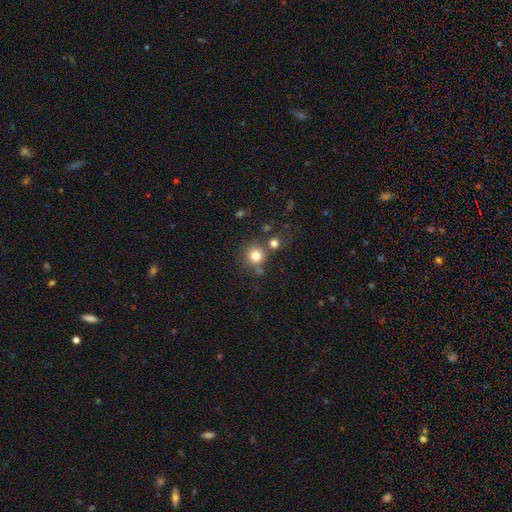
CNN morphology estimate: This appears to be a smooth galaxy with no disk features (80%) that is round (93%). Merging: none (75%).